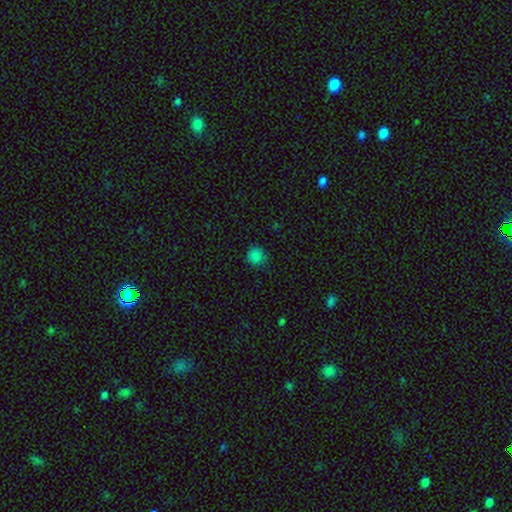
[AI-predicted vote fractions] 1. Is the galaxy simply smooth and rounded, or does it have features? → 83% smooth, 14% star or artifact, 3% featured or disk.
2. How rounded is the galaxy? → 92% round, 7% in between, 1% cigar-shaped.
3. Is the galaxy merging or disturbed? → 85% none, 11% minor disturbance, 3% major disturbance, 1% merger.